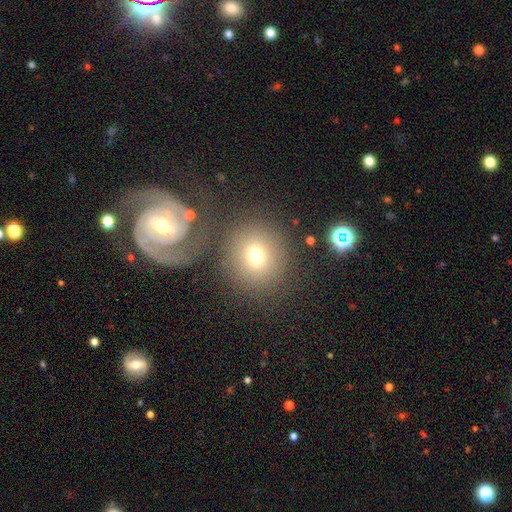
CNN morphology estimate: Overall: smooth (72%). How rounded: round (88%). Merging: none (69%).